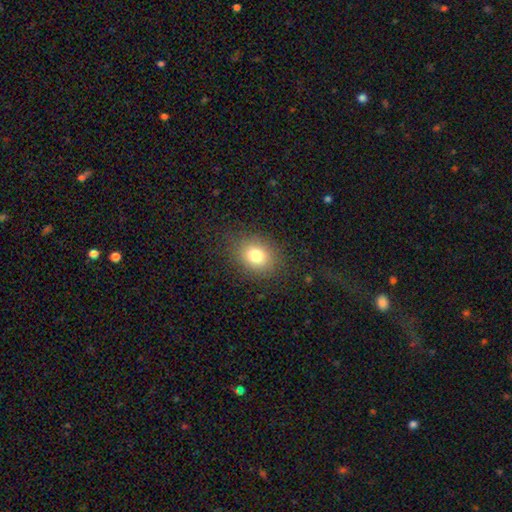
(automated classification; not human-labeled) smooth_or_featured: smooth (p=0.78) [alt: star or artifact p=0.12]
how_rounded: round (p=0.50) [alt: in between p=0.49]
merging: none (p=0.84) [alt: minor disturbance p=0.10]